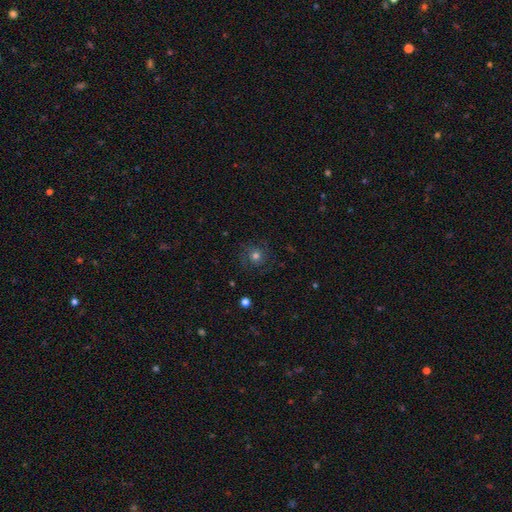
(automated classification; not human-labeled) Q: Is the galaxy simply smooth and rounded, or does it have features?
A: smooth — 49%.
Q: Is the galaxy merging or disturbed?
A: none — 79%.